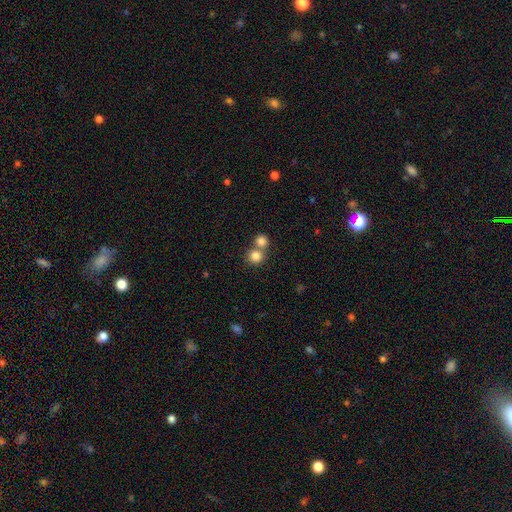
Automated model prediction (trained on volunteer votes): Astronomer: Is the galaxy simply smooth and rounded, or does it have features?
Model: smooth — 83%.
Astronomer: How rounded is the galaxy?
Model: round — 90%.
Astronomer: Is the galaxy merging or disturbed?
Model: none — 50% (runner-up: merger, 42%).